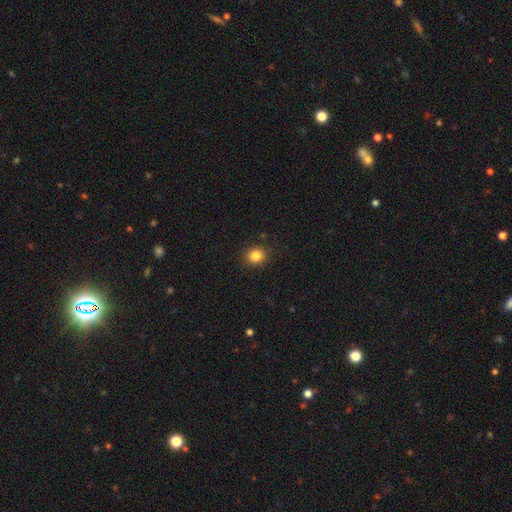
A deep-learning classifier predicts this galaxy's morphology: Overall: smooth (84%). How rounded: round (80%). Merging: none (90%).